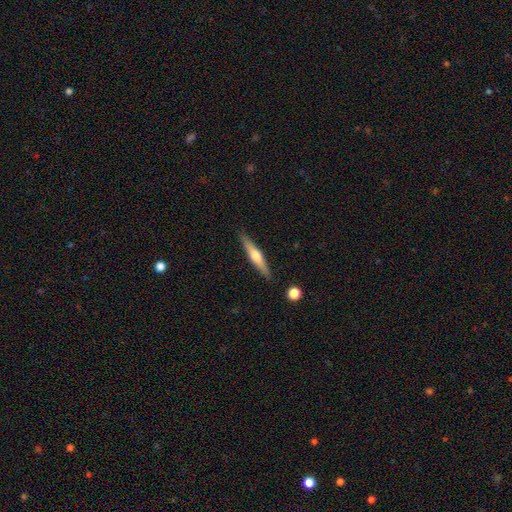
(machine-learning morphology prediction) Smooth or featured?
  - featured or disk: 59% *
  - smooth: 36%
  - star or artifact: 6%
Edge-on disk?
  - yes: 97% *
  - no: 3%
Edge-on bulge?
  - rounded: 89% *
  - none: 6%
  - boxy: 5%
Merging?
  - none: 89% *
  - minor disturbance: 8%
  - merger: 2%
  - major disturbance: 2%